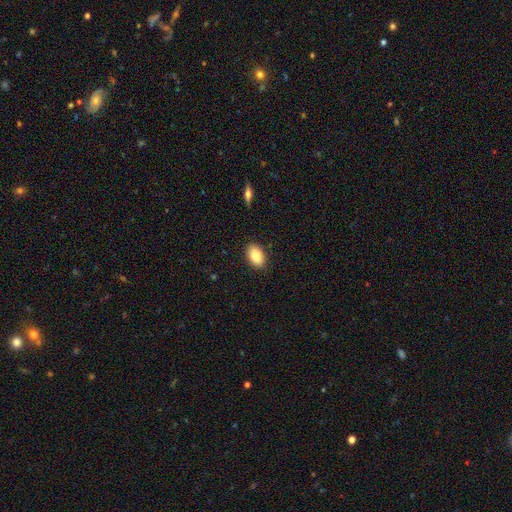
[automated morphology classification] Overall: smooth (84%). How rounded: in between (89%). Merging: none (88%).